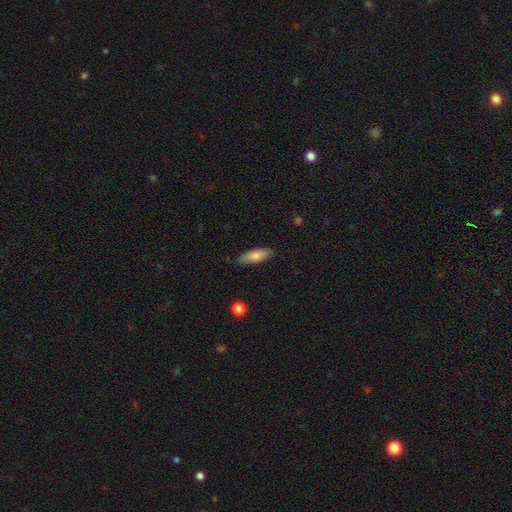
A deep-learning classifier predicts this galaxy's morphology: Overall: smooth (83%). How rounded: in between (63%; cigar-shaped 35%). Merging: none (83%).